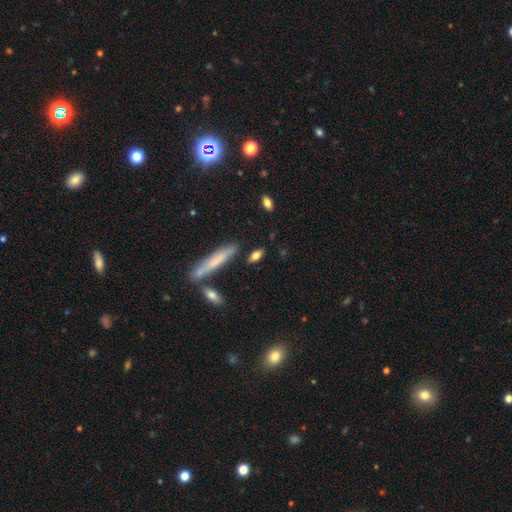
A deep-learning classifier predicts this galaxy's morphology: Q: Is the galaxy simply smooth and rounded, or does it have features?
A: smooth — 77%.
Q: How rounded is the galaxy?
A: in between — 66%.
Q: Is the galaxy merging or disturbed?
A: none — 77%.